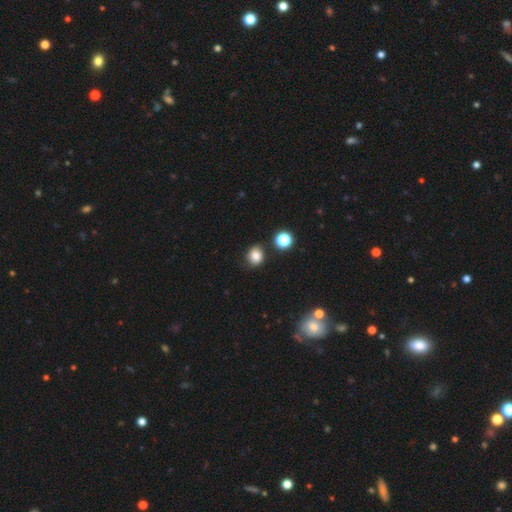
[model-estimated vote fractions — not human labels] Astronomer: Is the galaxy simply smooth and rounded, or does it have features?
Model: smooth — 78%.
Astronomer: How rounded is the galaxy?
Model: round — 69%.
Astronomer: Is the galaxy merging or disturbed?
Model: none — 79%.